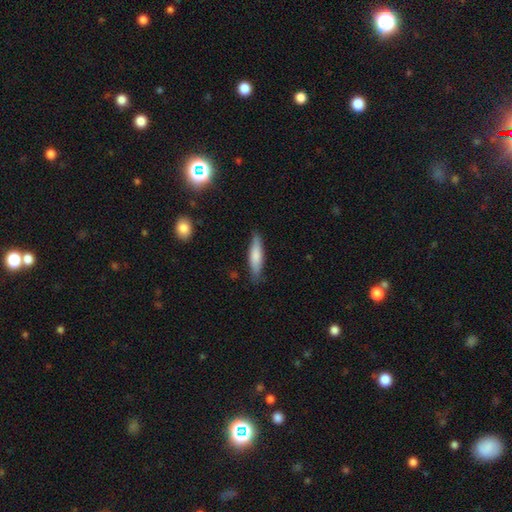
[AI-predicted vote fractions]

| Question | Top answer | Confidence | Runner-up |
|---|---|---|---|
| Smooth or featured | smooth | 75% | featured or disk (20%) |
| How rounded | cigar-shaped | 74% | in between (24%) |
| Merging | none | 83% | minor disturbance (13%) |